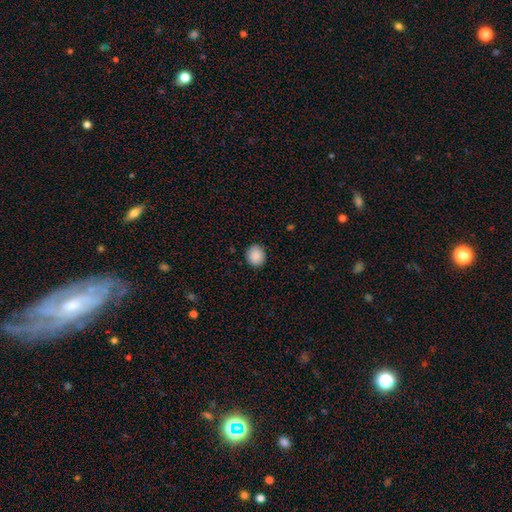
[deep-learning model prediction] A smooth galaxy with no disk features (89%) that is round (81%). Merging: none (90%).